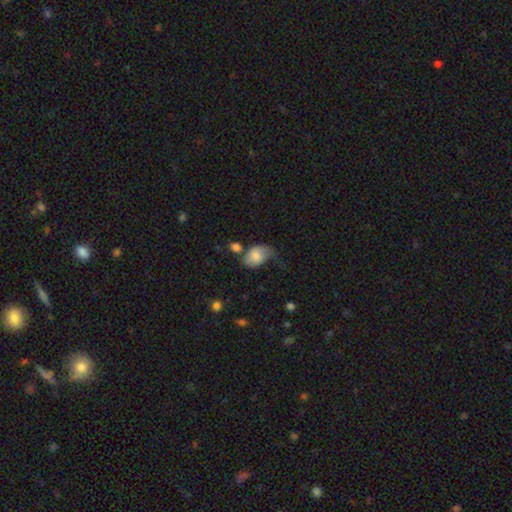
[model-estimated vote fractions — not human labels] smooth 77%, featured or disk 16%, star or artifact 7%. Down the decision tree: how rounded — in between (83%); merging — none (34%).